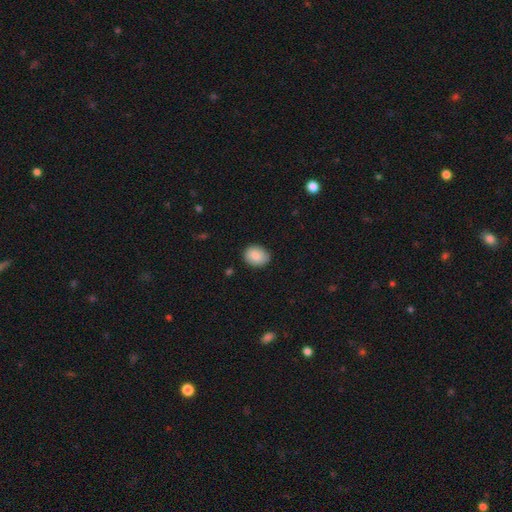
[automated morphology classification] This appears to be a smooth galaxy with no disk features (85%) that is round (51%). Merging: none (81%).